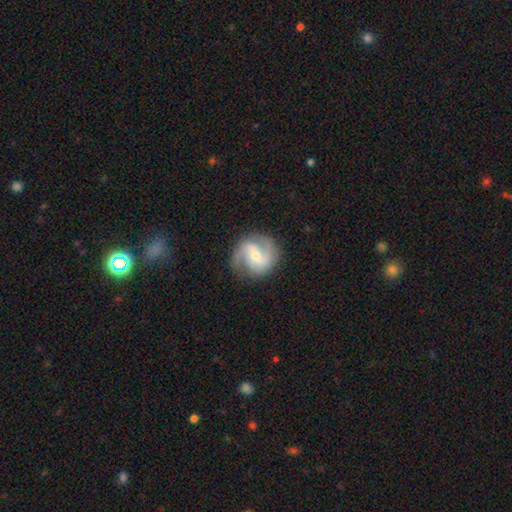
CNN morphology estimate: The model was most divided on "bulge size": small: 55%, moderate: 41%, large: 2%, none: 2%, dominant: 1%. Remaining: edge-on disk — no (98%); spiral arms — yes (96%); smooth or featured — featured or disk (85%); merging — none (82%); spiral arm count — 2 (82%); spiral winding — medium (53%); bar — weak (47%).